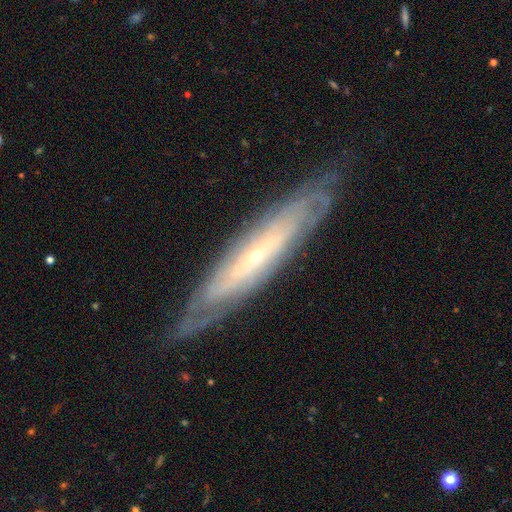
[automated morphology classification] A featured or disk galaxy (80%).

Vote fractions:
- Smooth or featured? featured or disk: 80% / smooth: 14% / star or artifact: 6%
- Edge-on disk? no: 59% / yes: 41%
- Merging? none: 80% / minor disturbance: 15% / major disturbance: 4% / merger: 1%